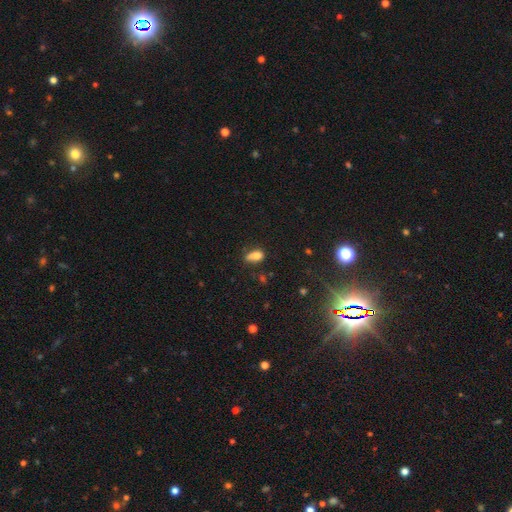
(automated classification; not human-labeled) smooth-or-featured: smooth: 78% | star or artifact: 12% | featured or disk: 10%
  how-rounded: in between: 82% | cigar-shaped: 9% | round: 9%
  merging: none: 48% | minor disturbance: 29% | major disturbance: 13% | merger: 10%